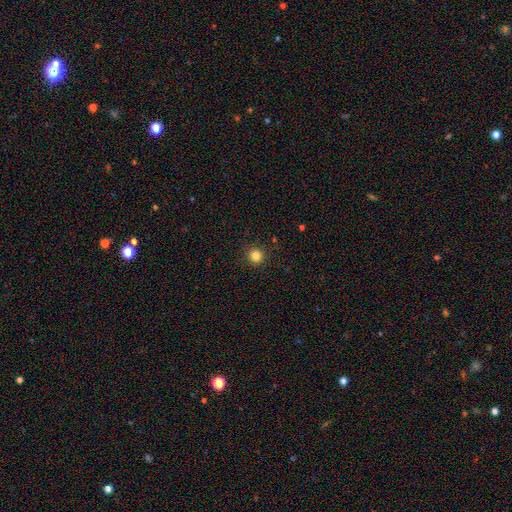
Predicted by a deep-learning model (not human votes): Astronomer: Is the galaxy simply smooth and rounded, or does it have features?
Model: smooth — 83%.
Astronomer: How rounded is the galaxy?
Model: round — 94%.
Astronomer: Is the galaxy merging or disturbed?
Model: none — 91%.